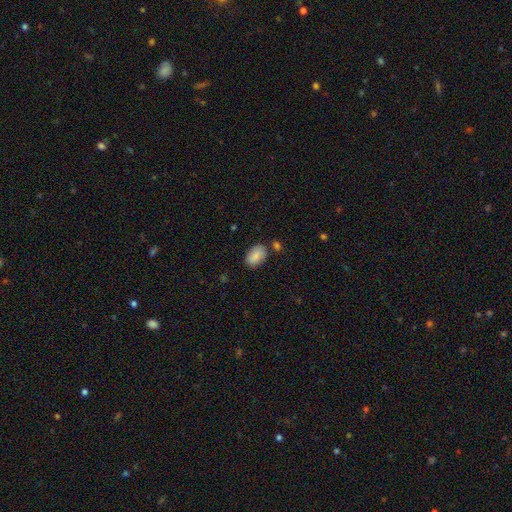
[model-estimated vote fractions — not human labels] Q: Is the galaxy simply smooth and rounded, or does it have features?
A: smooth — 85%.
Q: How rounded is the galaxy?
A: in between — 90%.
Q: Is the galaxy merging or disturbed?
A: none — 75%.